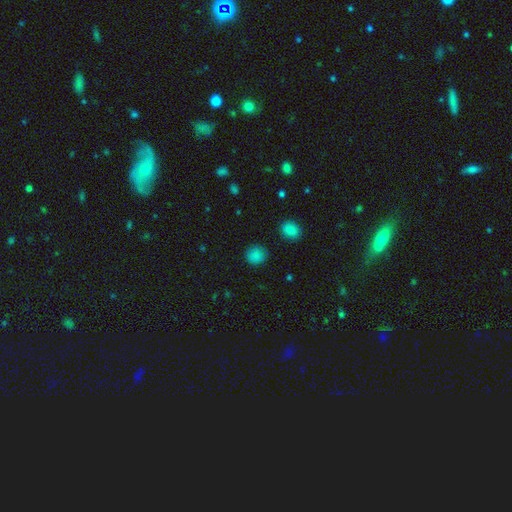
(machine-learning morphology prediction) Overall: smooth (84%). How rounded: round (87%). Merging: none (88%).